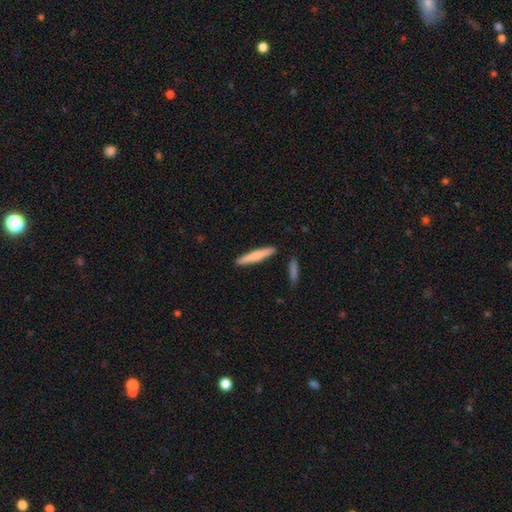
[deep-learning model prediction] Overall: smooth (73%). How rounded: cigar-shaped (93%). Merging: none (89%).